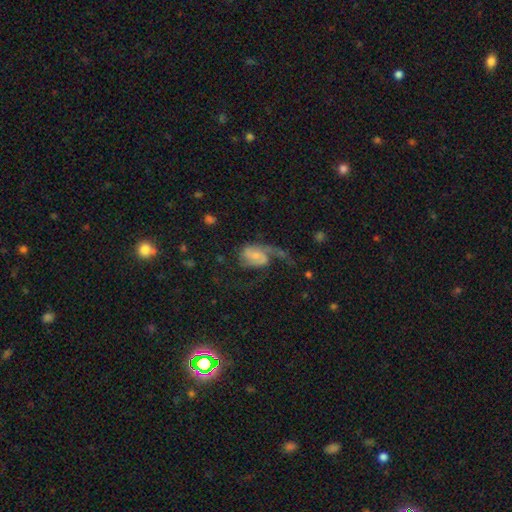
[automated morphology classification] Q: Smooth or featured?
A: featured or disk (60%); runner-up: smooth (32%)
Q: Edge-on disk?
A: no (97%); runner-up: yes (3%)
Q: Bar?
A: no (54%); runner-up: weak (37%)
Q: Spiral arms?
A: yes (81%); runner-up: no (19%)
Q: Bulge size?
A: small (48%); runner-up: moderate (28%)
Q: Merging?
A: major disturbance (55%); runner-up: none (23%)